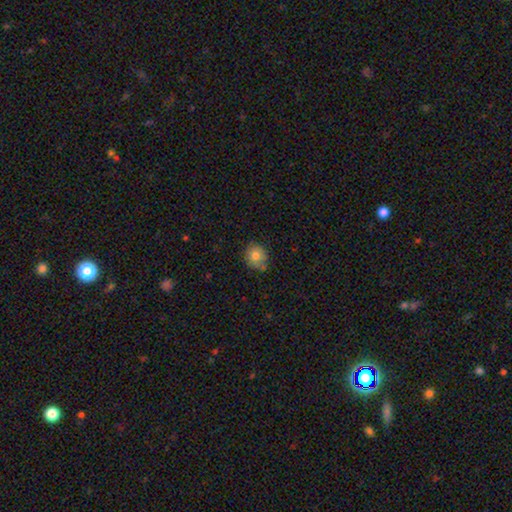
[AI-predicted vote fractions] Morphology: type=smooth (76%); roundness=round (67%); merging=none (65%).